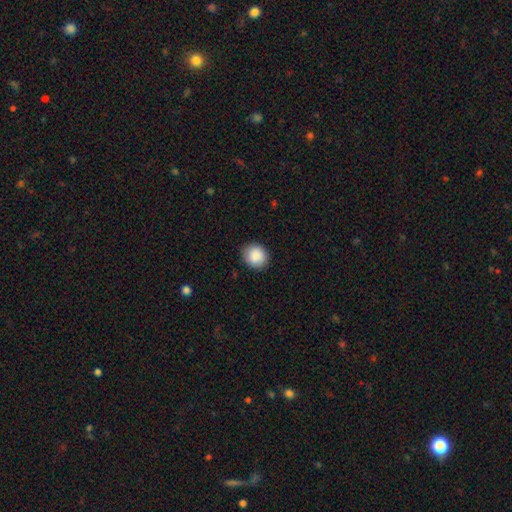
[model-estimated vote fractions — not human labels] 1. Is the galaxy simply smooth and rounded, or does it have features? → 89% smooth, 7% star or artifact, 4% featured or disk.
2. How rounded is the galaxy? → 76% round, 23% in between, 1% cigar-shaped.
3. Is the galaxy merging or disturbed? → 88% none, 9% minor disturbance, 2% major disturbance, 1% merger.